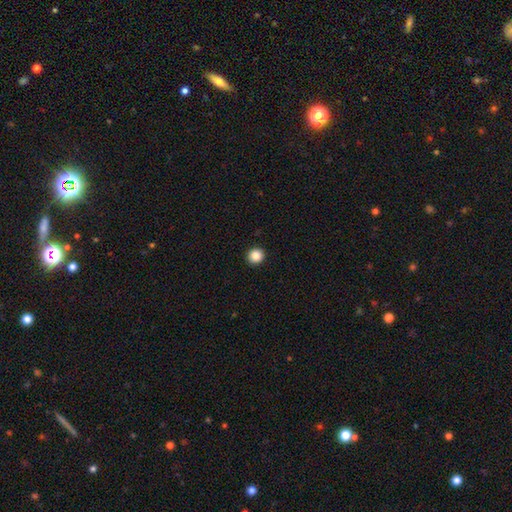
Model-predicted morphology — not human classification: smooth 87%, star or artifact 10%, featured or disk 3%. Down the decision tree: how rounded — round (92%); merging — none (93%).